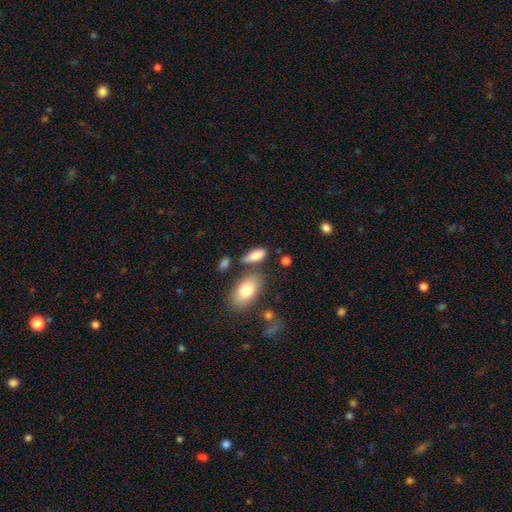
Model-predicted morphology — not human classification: Overall: smooth (84%). How rounded: in between (85%). Merging: none (55%; minor disturbance 23%).